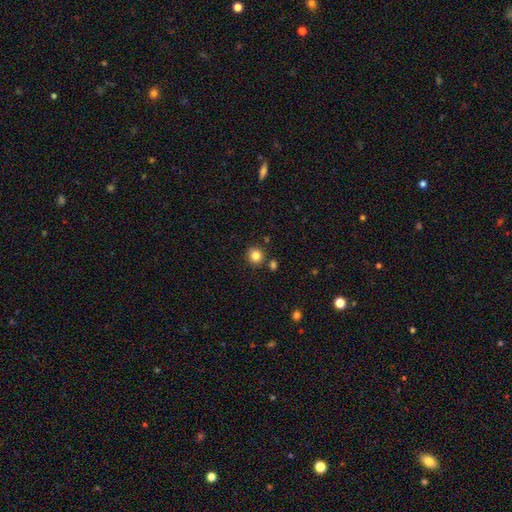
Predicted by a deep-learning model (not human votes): smooth 84%, star or artifact 11%, featured or disk 5%. Down the decision tree: how rounded — round (88%); merging — none (84%).